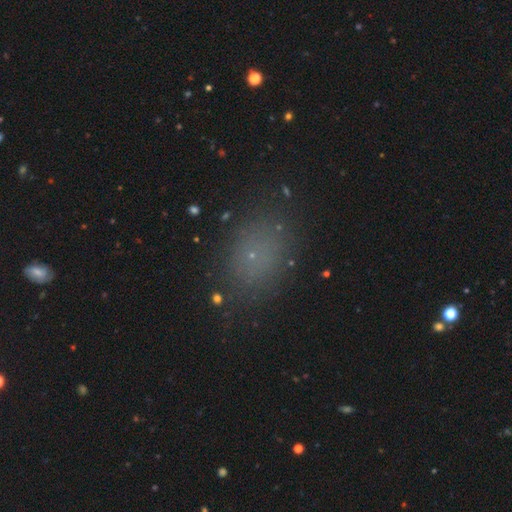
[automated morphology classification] smooth_or_featured: smooth (p=0.65) [alt: star or artifact p=0.25]
how_rounded: in between (p=0.66) [alt: round p=0.32]
merging: none (p=0.82) [alt: minor disturbance p=0.12]